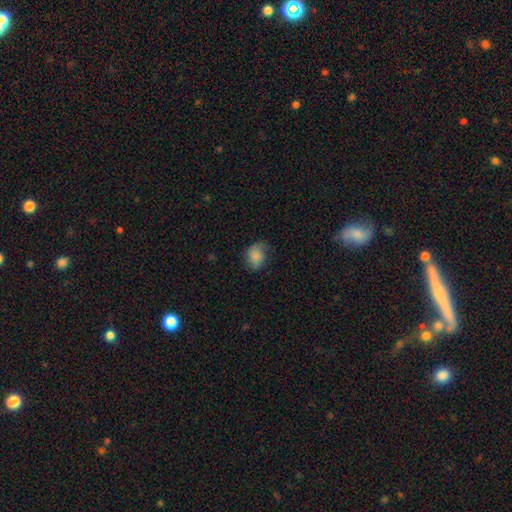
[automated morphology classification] This is likely a smooth galaxy (72%). How rounded: possibly in between (56%). Merging: possibly none (58%).